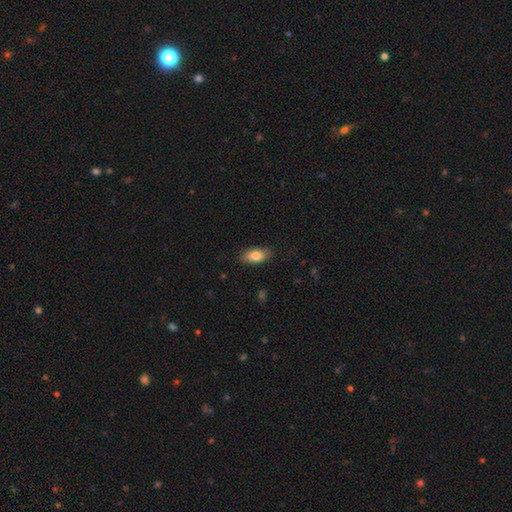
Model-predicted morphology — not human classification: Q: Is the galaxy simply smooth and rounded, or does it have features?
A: smooth — 81%.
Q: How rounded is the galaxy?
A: in between — 88%.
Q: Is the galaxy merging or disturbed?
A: none — 86%.